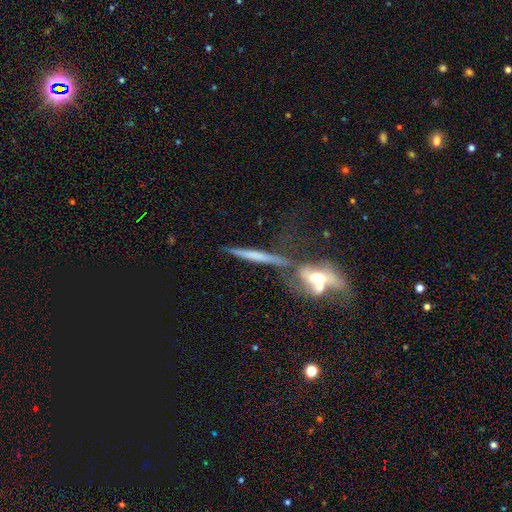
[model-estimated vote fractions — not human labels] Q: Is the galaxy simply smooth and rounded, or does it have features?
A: featured or disk — 56%.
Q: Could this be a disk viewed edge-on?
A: yes — 86%.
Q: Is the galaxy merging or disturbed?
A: none — 49%.